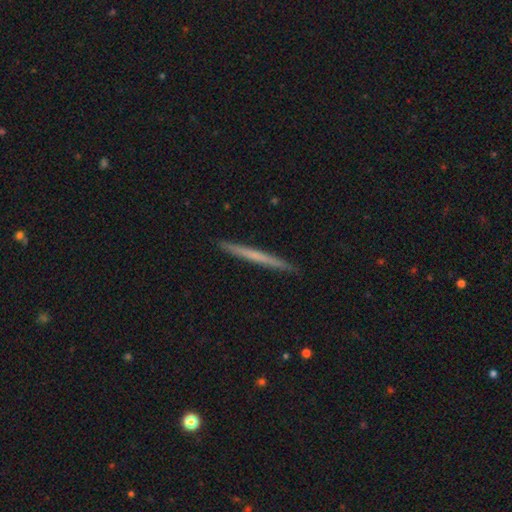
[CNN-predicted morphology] Smooth or featured: smooth — 50% (featured or disk — 44%)
How rounded: cigar-shaped — 97% (in between — 2%)
Merging: none — 93% (minor disturbance — 5%)